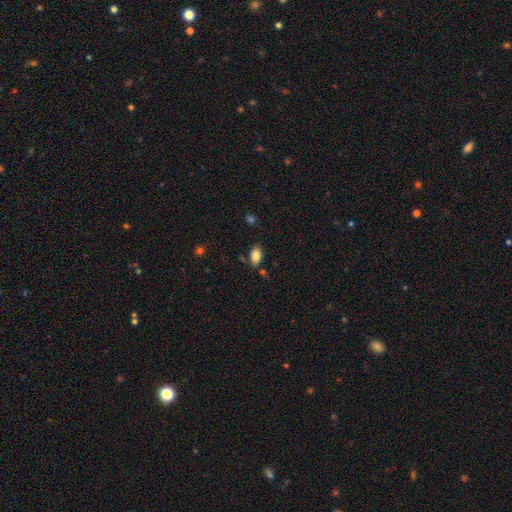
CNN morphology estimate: A smooth galaxy with no disk features (85%) that is in between round and cigar-shaped (92%).

Vote fractions:
- Smooth or featured? smooth: 85% / star or artifact: 8% / featured or disk: 7%
- How rounded? in between: 92% / round: 6% / cigar-shaped: 3%
- Merging? none: 81% / minor disturbance: 13% / merger: 4% / major disturbance: 3%